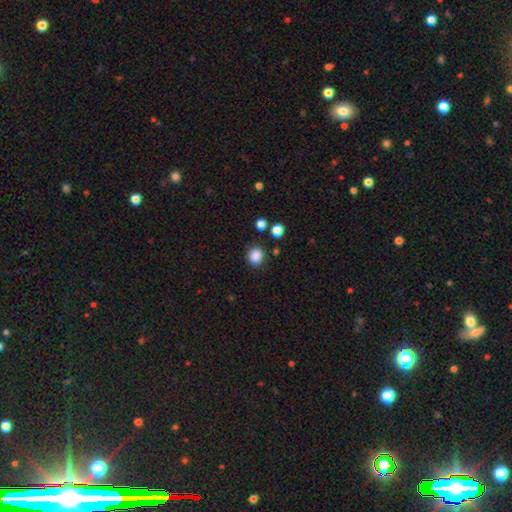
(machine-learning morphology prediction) smooth-or-featured: smooth: 86% | star or artifact: 11% | featured or disk: 3%
  how-rounded: round: 74% | in between: 25% | cigar-shaped: 1%
  merging: none: 84% | minor disturbance: 9% | merger: 3% | major disturbance: 3%